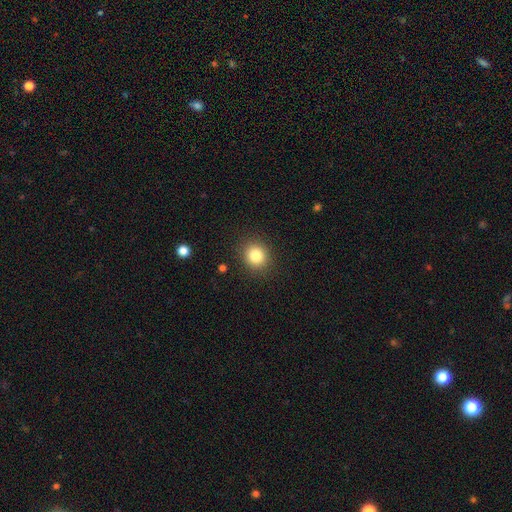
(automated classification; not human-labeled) smooth 83%, star or artifact 11%, featured or disk 6%. Down the decision tree: how rounded — round (83%); merging — none (89%).